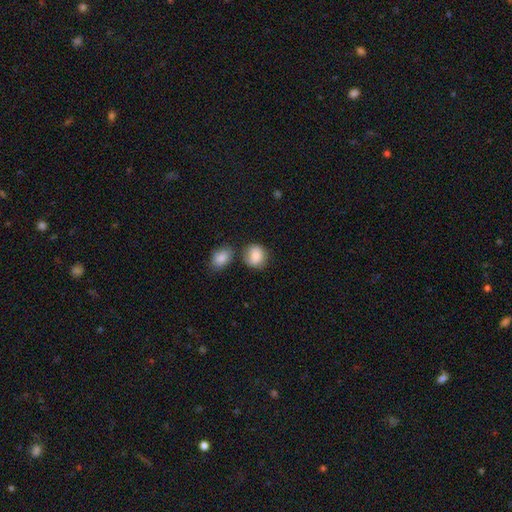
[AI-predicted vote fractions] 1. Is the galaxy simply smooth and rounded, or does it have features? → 85% smooth, 8% featured or disk, 7% star or artifact.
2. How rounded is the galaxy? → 75% round, 23% in between, 1% cigar-shaped.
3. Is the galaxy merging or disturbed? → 65% none, 16% minor disturbance, 14% merger, 4% major disturbance.